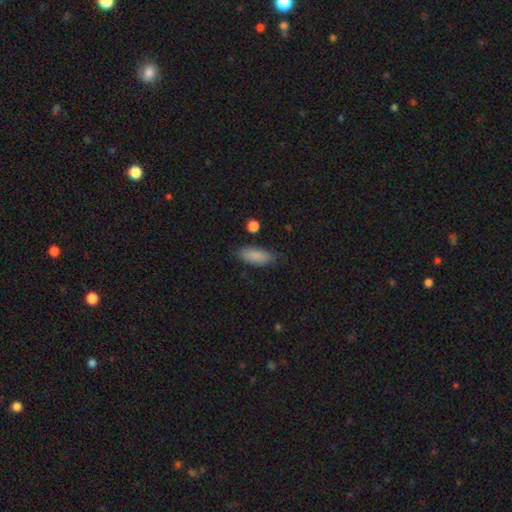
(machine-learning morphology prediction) Q: Smooth or featured?
A: smooth (86%); runner-up: star or artifact (7%)
Q: How rounded?
A: in between (81%); runner-up: cigar-shaped (17%)
Q: Merging?
A: none (80%); runner-up: minor disturbance (15%)